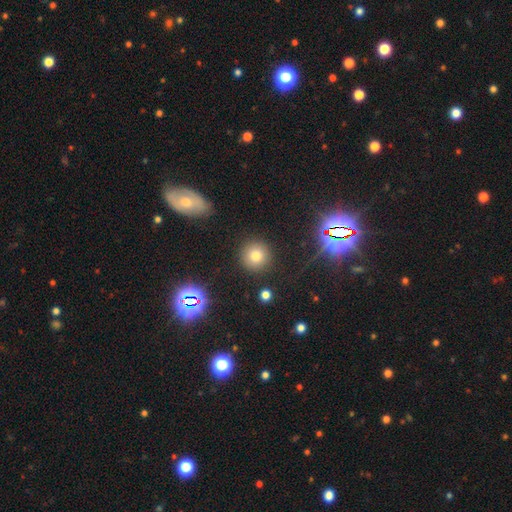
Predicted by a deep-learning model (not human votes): A smooth galaxy with no disk features (74%) that is round (94%). Merging: none (90%).